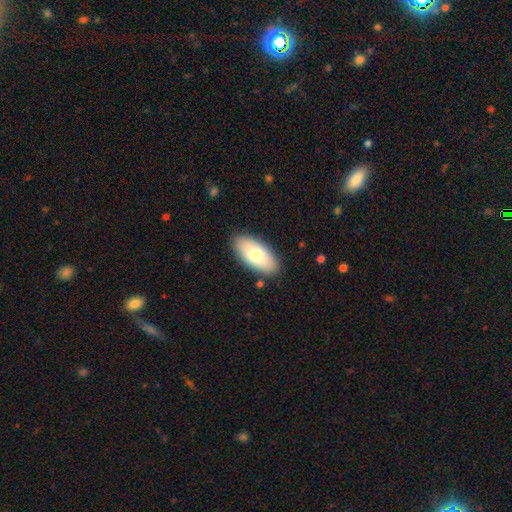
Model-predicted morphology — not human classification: This is likely a smooth galaxy (73%). How rounded: clearly in between (92%). Merging: clearly none (87%).